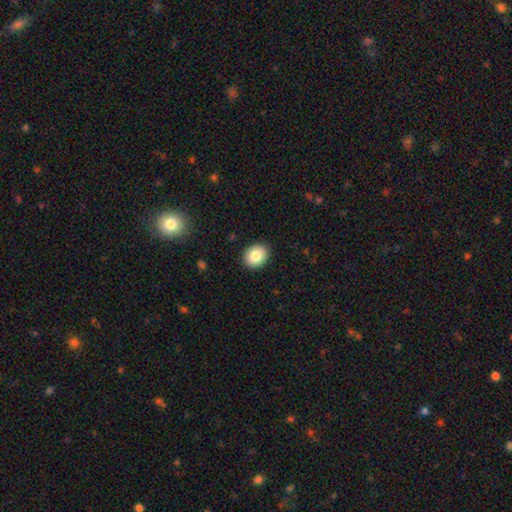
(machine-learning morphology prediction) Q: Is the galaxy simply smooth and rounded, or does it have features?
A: smooth — 84%.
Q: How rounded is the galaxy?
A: round — 51%.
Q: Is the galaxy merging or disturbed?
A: none — 90%.